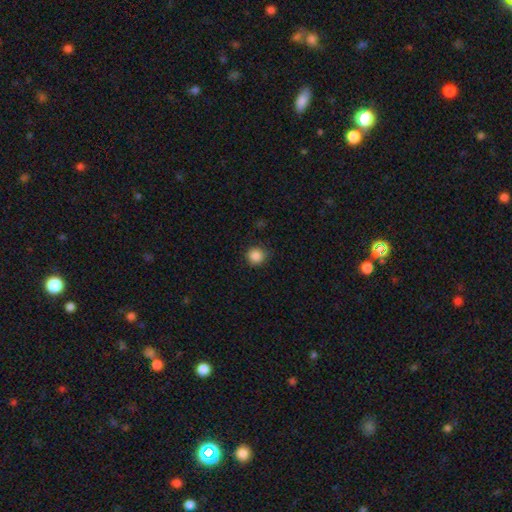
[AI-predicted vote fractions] smooth 87%, star or artifact 10%, featured or disk 3%. Down the decision tree: how rounded — round (94%); merging — none (83%).